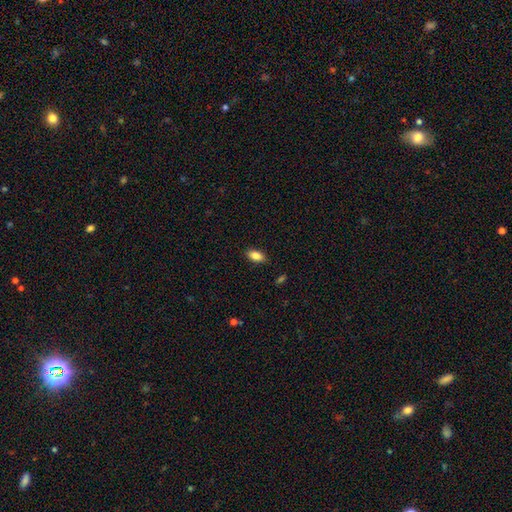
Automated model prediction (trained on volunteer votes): Smooth or featured? Predicted: smooth (p=0.86). How rounded? Predicted: in between (p=0.90). Merging? Predicted: none (p=0.86).